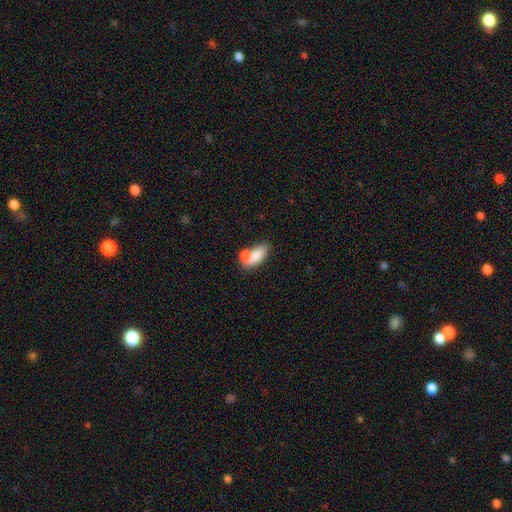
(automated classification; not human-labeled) A smooth galaxy with no disk features (75%) that is in between round and cigar-shaped (82%).

Vote fractions:
- Smooth or featured? smooth: 75% / featured or disk: 17% / star or artifact: 8%
- How rounded? in between: 82% / cigar-shaped: 11% / round: 7%
- Merging? merger: 49% / none: 30% / minor disturbance: 13% / major disturbance: 8%